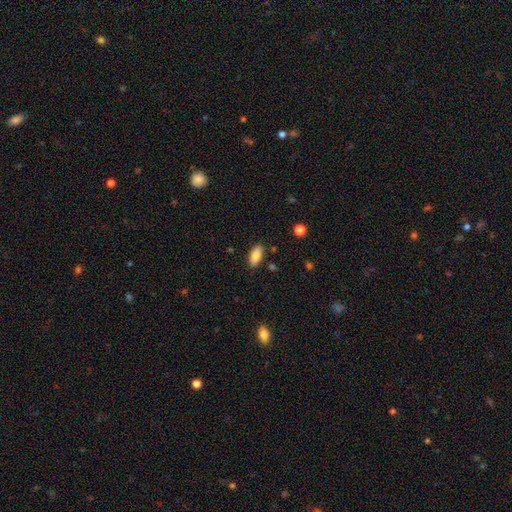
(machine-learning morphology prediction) Q: Smooth or featured?
A: smooth (85%); runner-up: featured or disk (8%)
Q: How rounded?
A: in between (86%); runner-up: cigar-shaped (12%)
Q: Merging?
A: none (86%); runner-up: minor disturbance (10%)